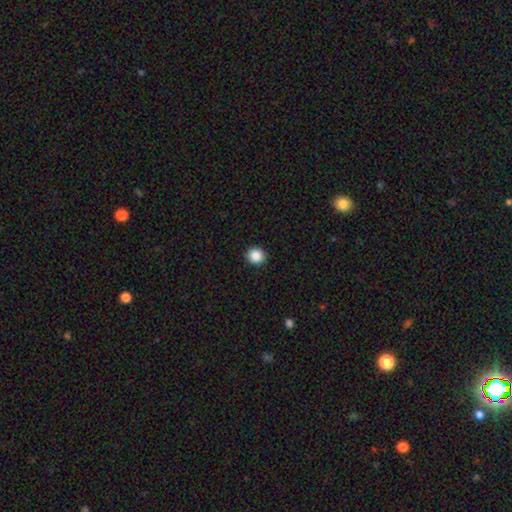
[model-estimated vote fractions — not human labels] Q: Smooth or featured?
A: smooth (88%); runner-up: star or artifact (9%)
Q: How rounded?
A: round (89%); runner-up: in between (10%)
Q: Merging?
A: none (93%); runner-up: minor disturbance (5%)